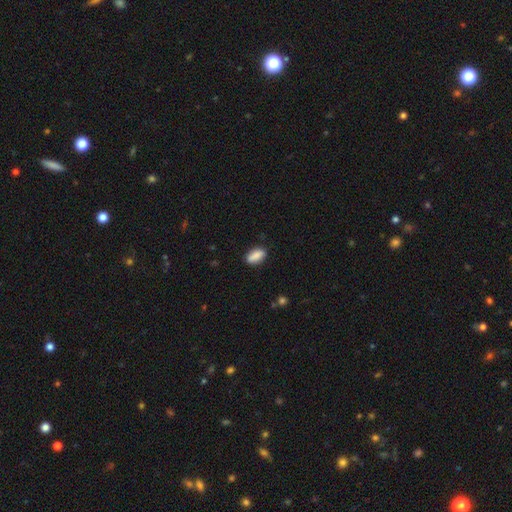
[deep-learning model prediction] smooth_or_featured: smooth (p=0.87) [alt: star or artifact p=0.07]
how_rounded: in between (p=0.88) [alt: cigar-shaped p=0.08]
merging: none (p=0.85) [alt: minor disturbance p=0.11]